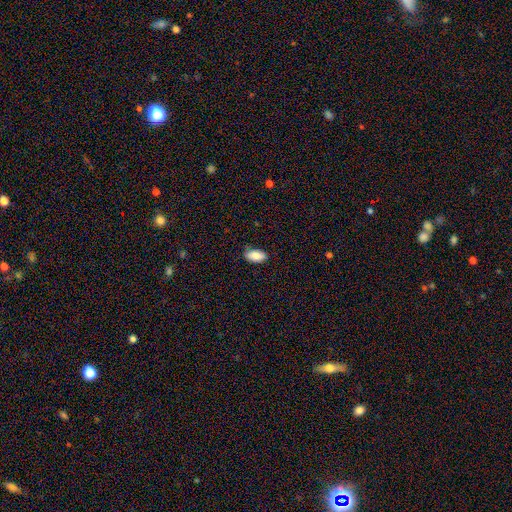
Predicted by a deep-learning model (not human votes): This appears to be a smooth galaxy with no disk features (87%) that is in between round and cigar-shaped (94%). Merging: none (82%).